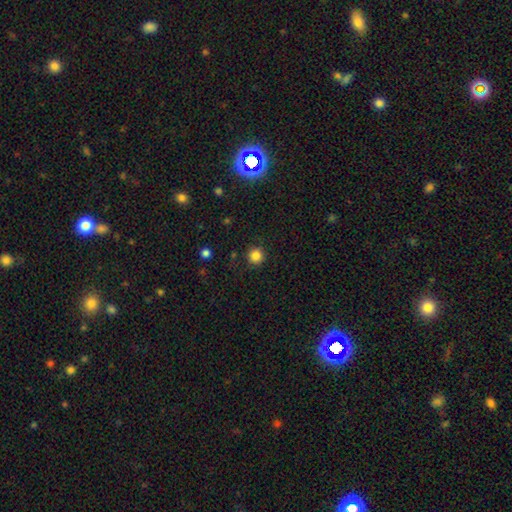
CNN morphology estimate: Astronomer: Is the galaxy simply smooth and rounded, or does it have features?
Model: smooth — 84%.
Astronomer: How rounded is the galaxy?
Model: round — 94%.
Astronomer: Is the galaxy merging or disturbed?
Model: none — 90%.